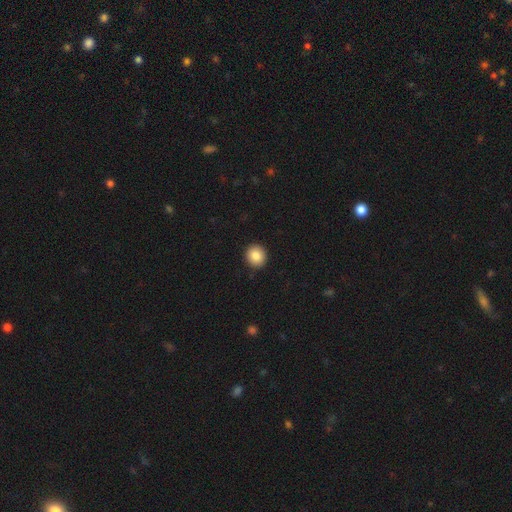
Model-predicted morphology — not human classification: Smooth or featured?
  - smooth: 86% *
  - star or artifact: 9%
  - featured or disk: 5%
How rounded?
  - round: 87% *
  - in between: 12%
  - cigar-shaped: 1%
Merging?
  - none: 92% *
  - minor disturbance: 5%
  - major disturbance: 2%
  - merger: 1%